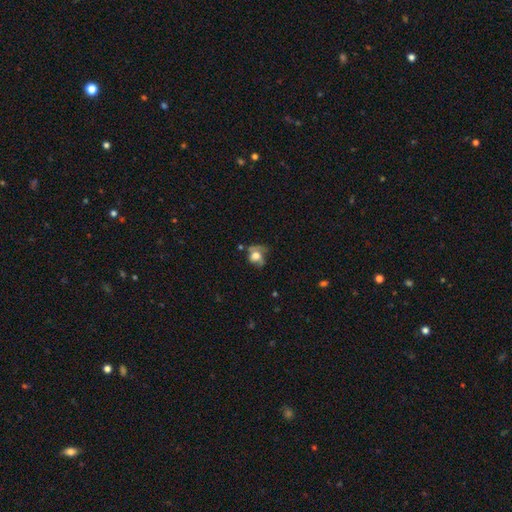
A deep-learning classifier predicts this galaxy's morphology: A smooth galaxy with no disk features (53%) that is round (56%). Merging: none (32%).